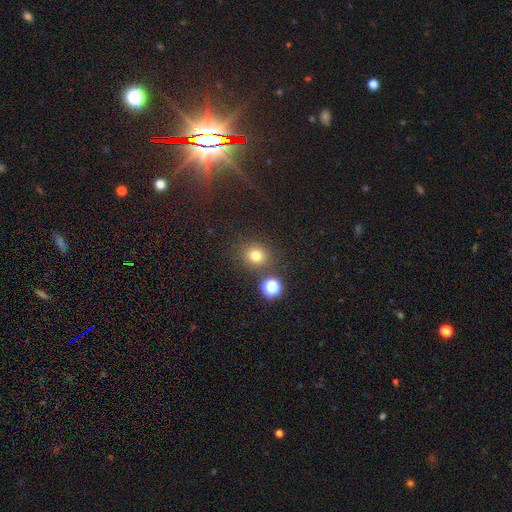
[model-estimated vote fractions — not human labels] This is likely a smooth galaxy (74%). How rounded: clearly round (87%). Merging: clearly none (83%).